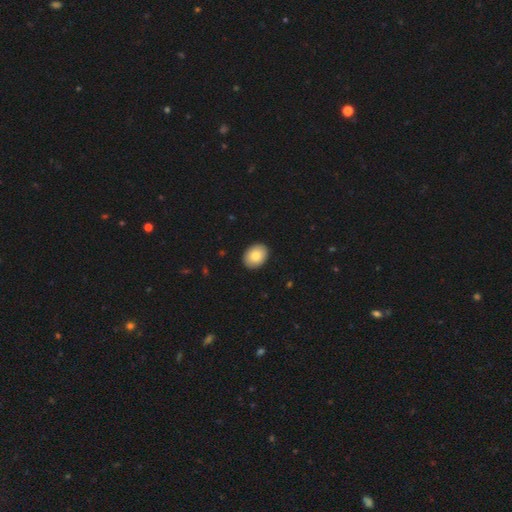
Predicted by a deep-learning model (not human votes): A smooth galaxy with no disk features (84%) that is in between round and cigar-shaped (72%). Merging: none (91%).